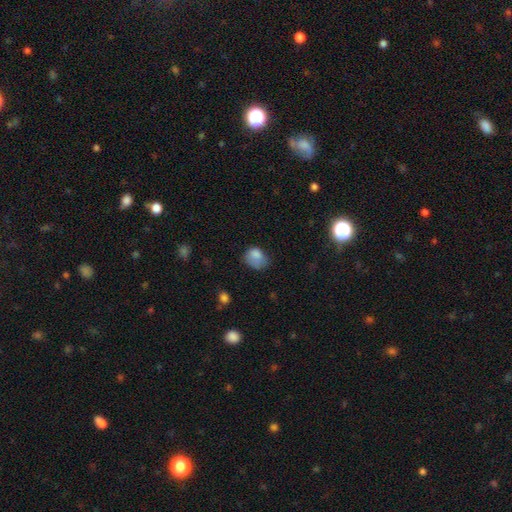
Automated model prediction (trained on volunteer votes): smooth_or_featured: smooth (p=0.80) [alt: featured or disk p=0.10]
how_rounded: in between (p=0.59) [alt: round p=0.40]
merging: none (p=0.38) [alt: minor disturbance p=0.37]